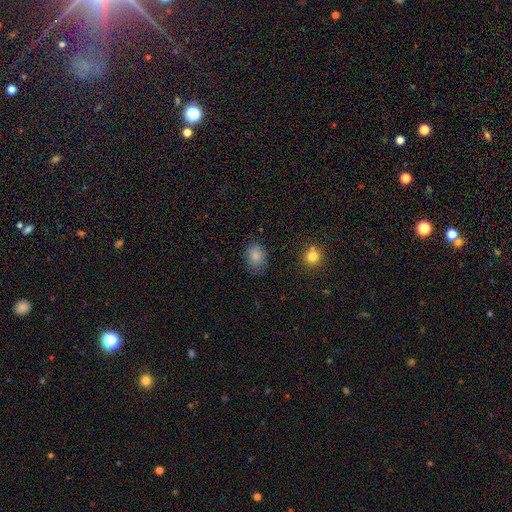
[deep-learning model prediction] smooth 82%, star or artifact 10%, featured or disk 7%. Down the decision tree: how rounded — in between (61%); merging — none (77%).